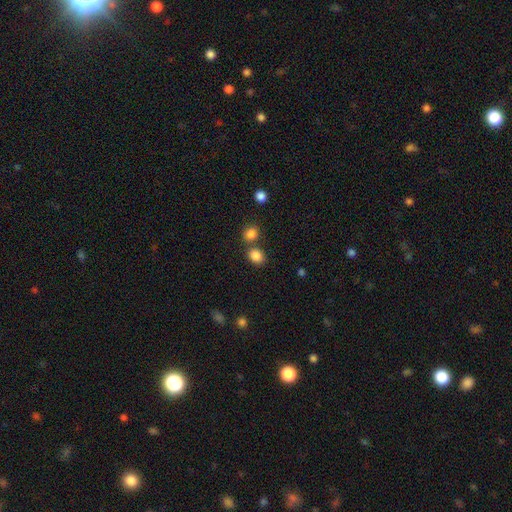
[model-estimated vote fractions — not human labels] smooth-or-featured: smooth: 85% | star or artifact: 10% | featured or disk: 4%
  how-rounded: in between: 51% | round: 48% | cigar-shaped: 1%
  merging: none: 66% | merger: 22% | minor disturbance: 9% | major disturbance: 3%